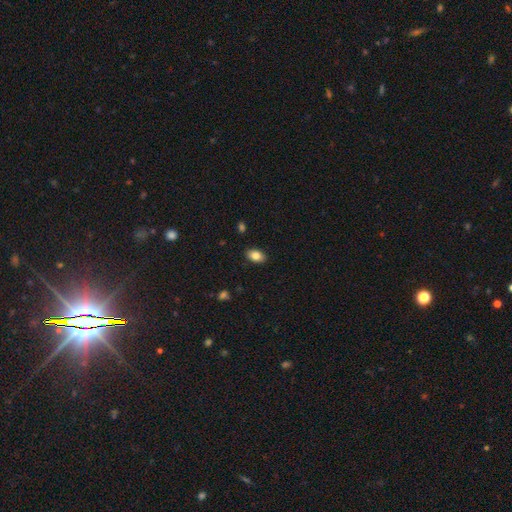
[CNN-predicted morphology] Smooth or featured: smooth — 84% (star or artifact — 8%)
How rounded: in between — 89% (round — 9%)
Merging: none — 88% (minor disturbance — 9%)